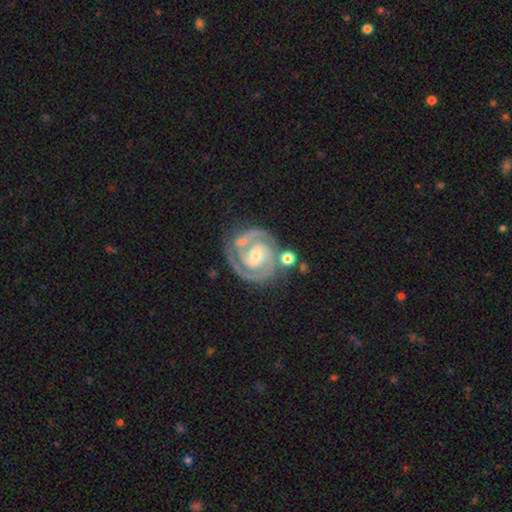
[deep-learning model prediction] smooth_or_featured: featured or disk (p=0.92) [alt: star or artifact p=0.04]
disk_edge_on: no (p=0.98) [alt: yes p=0.02]
bar: weak (p=0.41) [alt: no p=0.33]
has_spiral_arms: yes (p=0.99) [alt: no p=0.01]
spiral_winding: tight (p=0.74) [alt: medium p=0.24]
spiral_arm_count: 2 (p=0.84) [alt: 3 p=0.09]
bulge_size: small (p=0.52) [alt: moderate p=0.43]
merging: none (p=0.72) [alt: minor disturbance p=0.14]